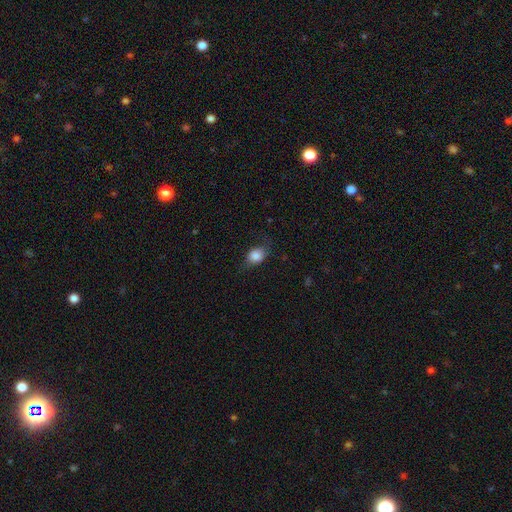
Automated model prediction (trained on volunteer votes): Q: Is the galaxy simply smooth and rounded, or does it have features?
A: smooth — 81%.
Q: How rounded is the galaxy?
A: in between — 60%.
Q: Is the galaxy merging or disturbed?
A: none — 67%.